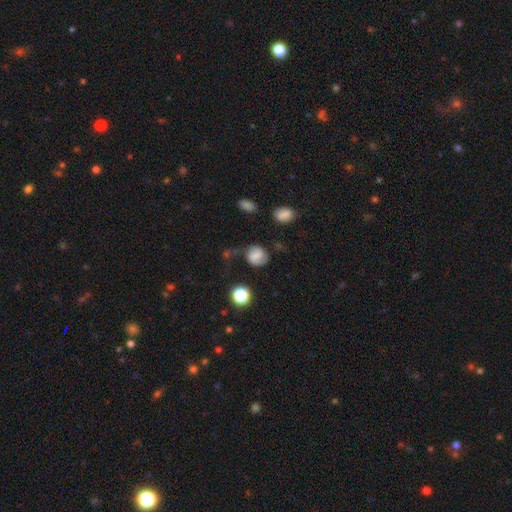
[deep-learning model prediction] smooth-or-featured: smooth: 57% | featured or disk: 31% | star or artifact: 12%
  how-rounded: round: 71% | in between: 28% | cigar-shaped: 1%
  merging: none: 54% | minor disturbance: 23% | major disturbance: 16% | merger: 6%